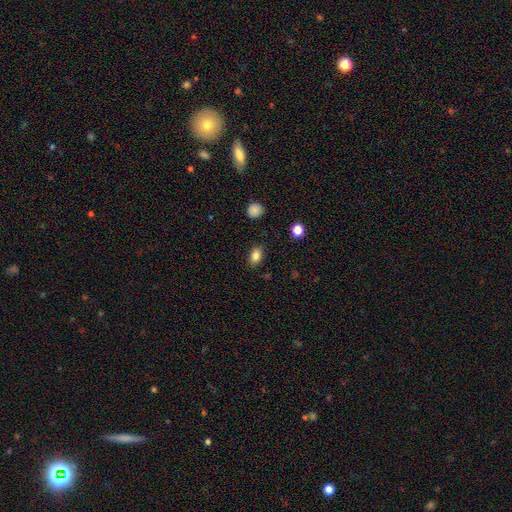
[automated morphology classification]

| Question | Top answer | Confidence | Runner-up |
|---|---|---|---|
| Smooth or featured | smooth | 84% | star or artifact (10%) |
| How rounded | in between | 85% | round (13%) |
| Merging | none | 86% | minor disturbance (10%) |